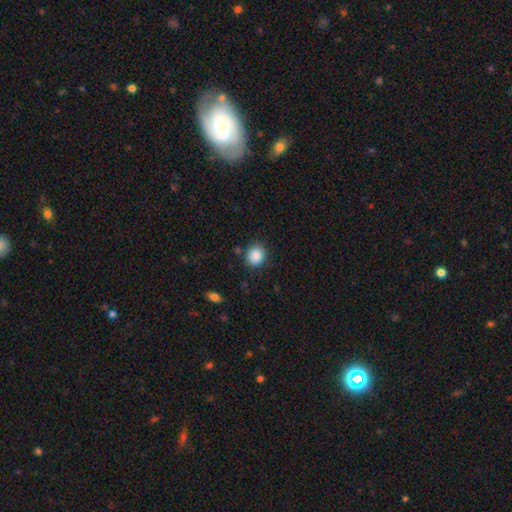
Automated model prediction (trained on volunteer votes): smooth-or-featured: smooth: 87% | star or artifact: 9% | featured or disk: 4%
  how-rounded: round: 77% | in between: 22% | cigar-shaped: 1%
  merging: none: 84% | minor disturbance: 10% | major disturbance: 3% | merger: 3%